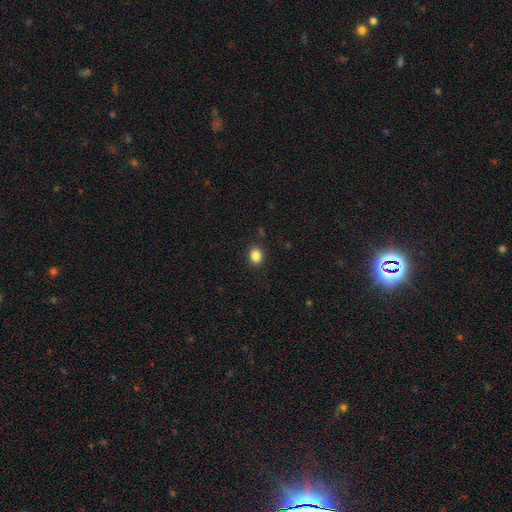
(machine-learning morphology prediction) smooth 86%, star or artifact 10%, featured or disk 4%. Down the decision tree: how rounded — in between (51%); merging — none (88%).